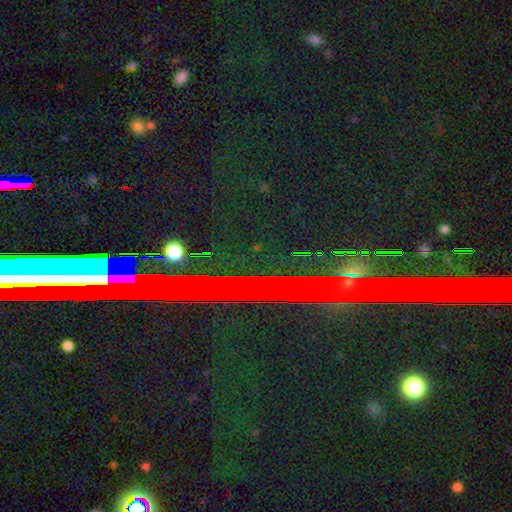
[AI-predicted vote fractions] The model was most divided on "smooth or featured": star or artifact: 81%, featured or disk: 10%, smooth: 9%.